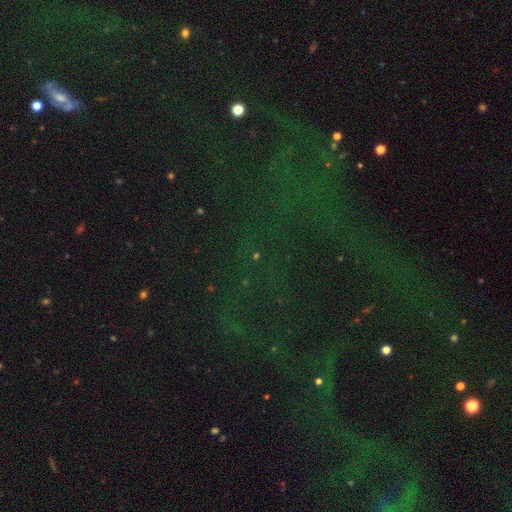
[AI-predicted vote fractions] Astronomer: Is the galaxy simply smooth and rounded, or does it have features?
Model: star or artifact — 77%.